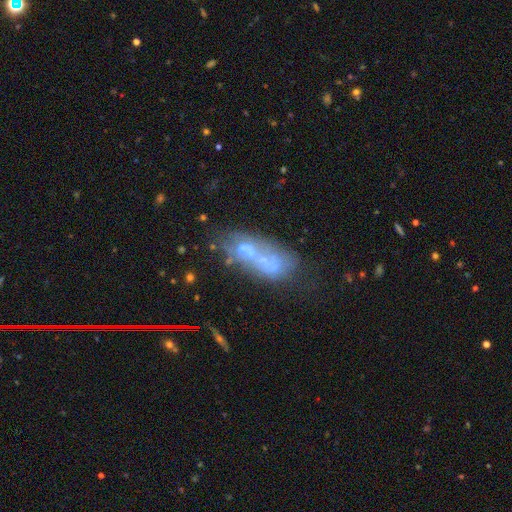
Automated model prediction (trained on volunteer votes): Smooth or featured? featured or disk (47%)
Merging? none (35%)